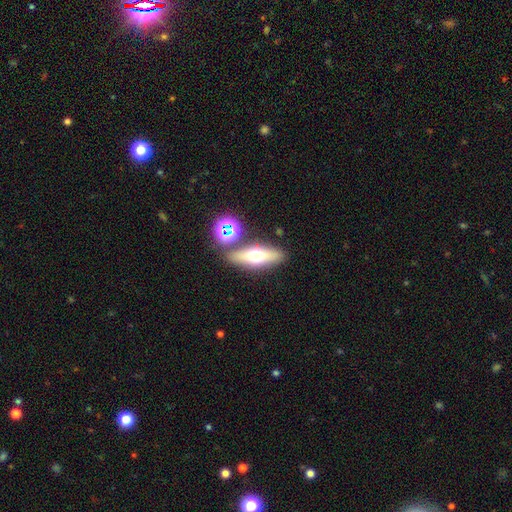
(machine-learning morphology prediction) A smooth galaxy with no disk features (49%).

Vote fractions:
- Smooth or featured? smooth: 49% / featured or disk: 39% / star or artifact: 12%
- Merging? none: 80% / minor disturbance: 9% / merger: 8% / major disturbance: 3%